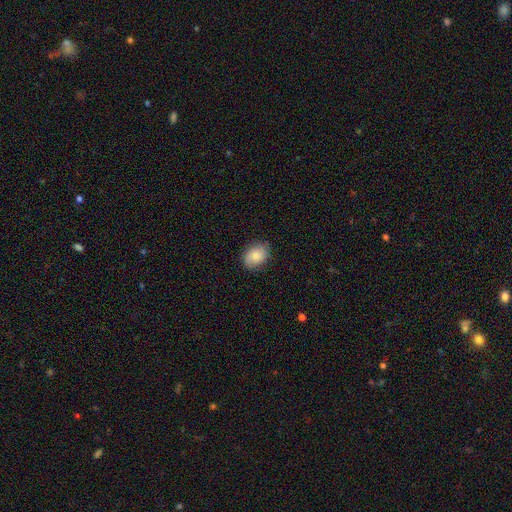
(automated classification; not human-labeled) Smooth or featured? Predicted: smooth (p=0.77). How rounded? Predicted: in between (p=0.66). Merging? Predicted: none (p=0.82).